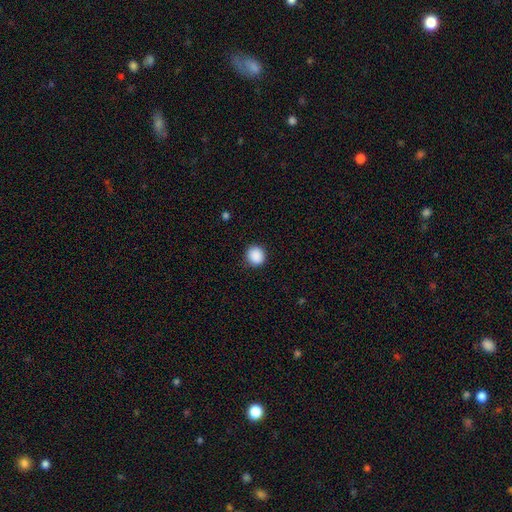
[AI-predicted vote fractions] Overall: smooth (89%). How rounded: round (88%). Merging: none (90%).